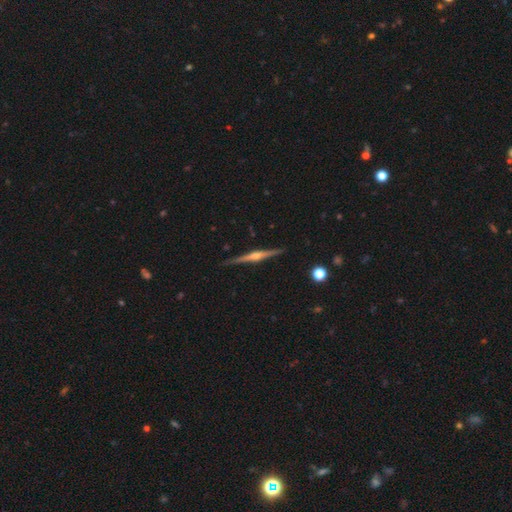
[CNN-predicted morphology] The model was most divided on "smooth or featured": featured or disk: 84%, smooth: 11%, star or artifact: 5%. More confident: edge-on disk — yes (98%); merging — none (91%); edge-on bulge — rounded (88%).